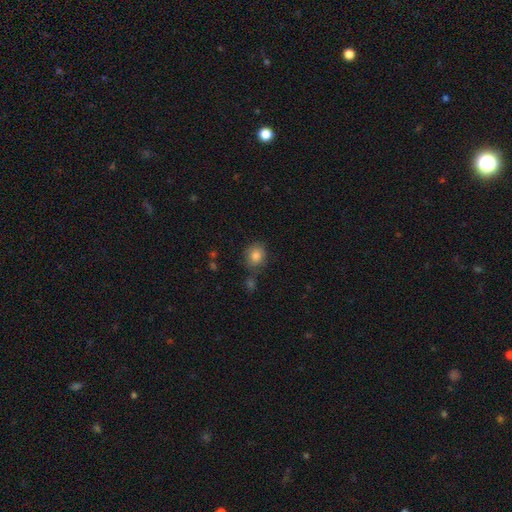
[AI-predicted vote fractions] smooth 84%, star or artifact 10%, featured or disk 6%. Down the decision tree: how rounded — round (69%); merging — none (73%).